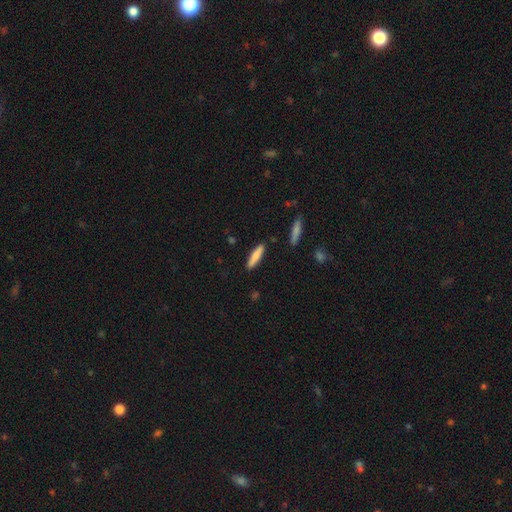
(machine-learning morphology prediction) Q: Smooth or featured?
A: smooth (78%); runner-up: featured or disk (16%)
Q: How rounded?
A: cigar-shaped (79%); runner-up: in between (19%)
Q: Merging?
A: none (88%); runner-up: minor disturbance (8%)